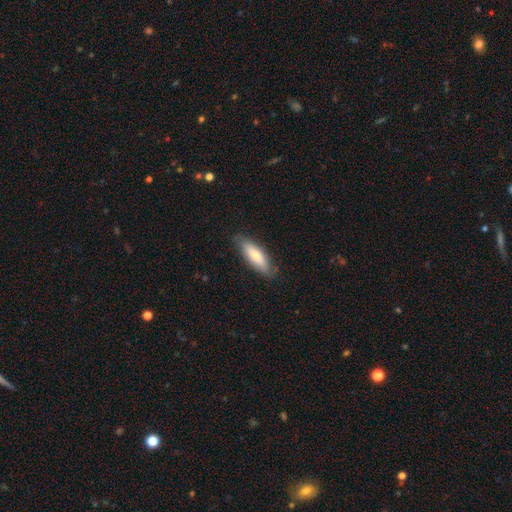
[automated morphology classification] type=smooth (72%); roundness=in between (54%); merging=none (82%).